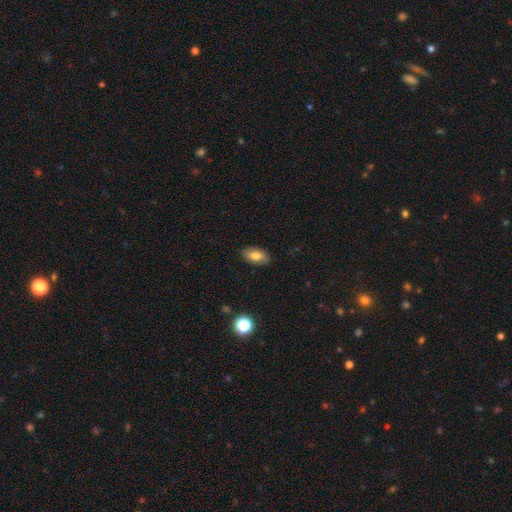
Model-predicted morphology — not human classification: This is likely a smooth galaxy (78%). How rounded: clearly in between (92%). Merging: clearly none (86%).